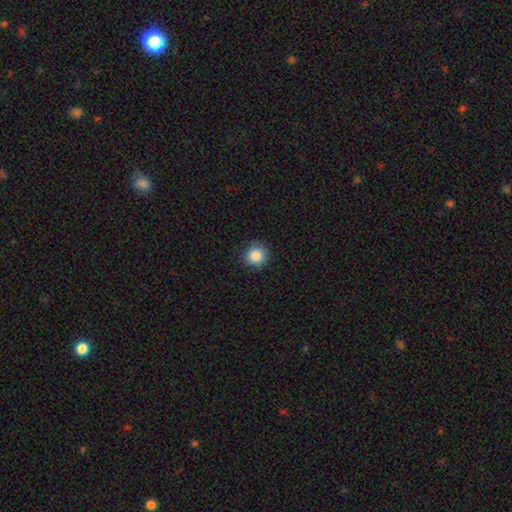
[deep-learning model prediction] A smooth galaxy with no disk features (86%) that is round (90%). Merging: none (88%).